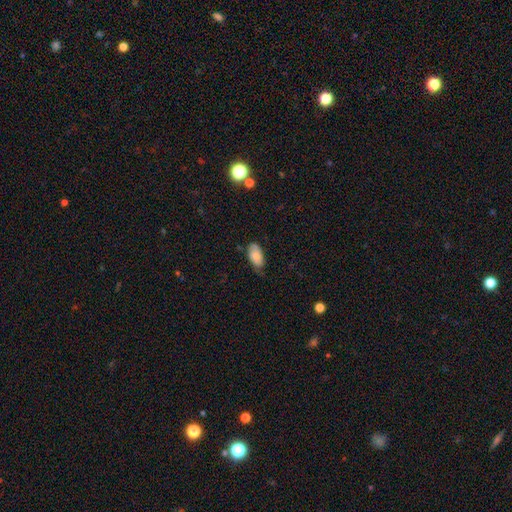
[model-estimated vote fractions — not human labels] This is likely a smooth galaxy (79%). How rounded: clearly in between (93%). Merging: likely none (62%).